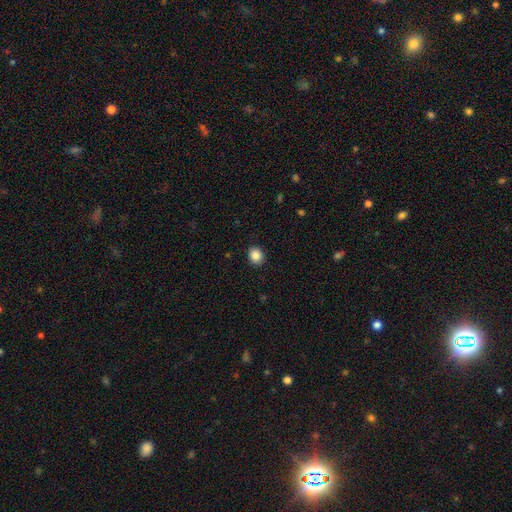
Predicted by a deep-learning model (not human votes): smooth_or_featured: smooth (p=0.87) [alt: star or artifact p=0.09]
how_rounded: round (p=0.70) [alt: in between p=0.29]
merging: none (p=0.90) [alt: minor disturbance p=0.07]